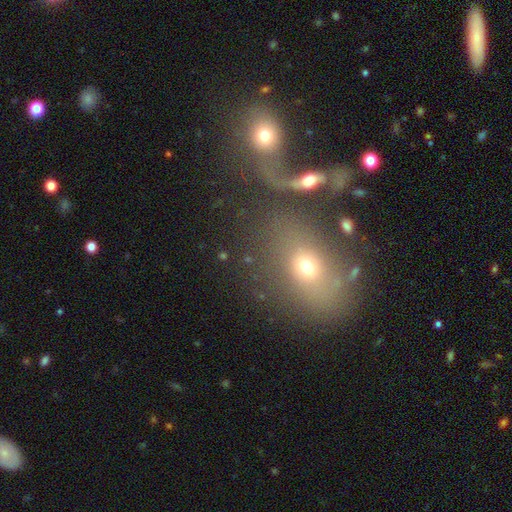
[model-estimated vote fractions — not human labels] smooth_or_featured: smooth (p=0.52) [alt: featured or disk p=0.24]
how_rounded: in between (p=0.58) [alt: round p=0.39]
merging: none (p=0.48) [alt: merger p=0.31]